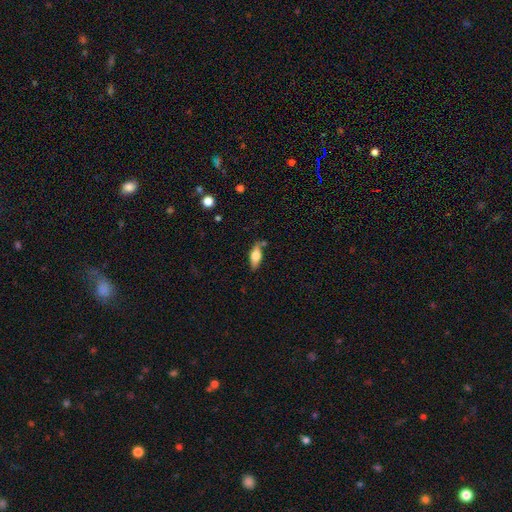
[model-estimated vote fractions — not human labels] Q: Smooth or featured?
A: smooth (61%); runner-up: featured or disk (33%)
Q: How rounded?
A: in between (70%); runner-up: cigar-shaped (27%)
Q: Merging?
A: none (74%); runner-up: minor disturbance (17%)